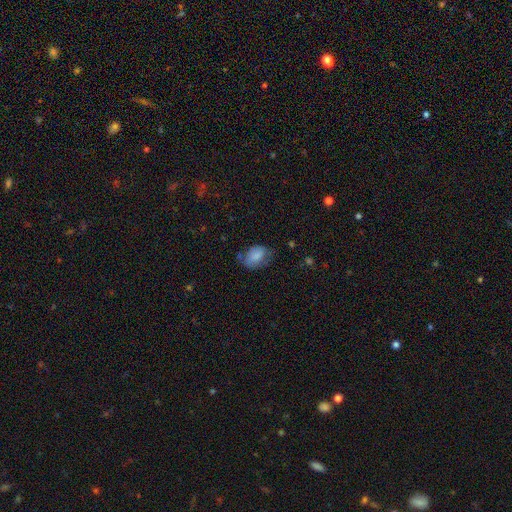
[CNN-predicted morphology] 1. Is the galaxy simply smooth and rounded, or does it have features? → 77% smooth, 15% featured or disk, 8% star or artifact.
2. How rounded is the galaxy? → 81% in between, 17% round, 1% cigar-shaped.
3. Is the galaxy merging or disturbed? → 50% none, 33% minor disturbance, 13% major disturbance, 3% merger.